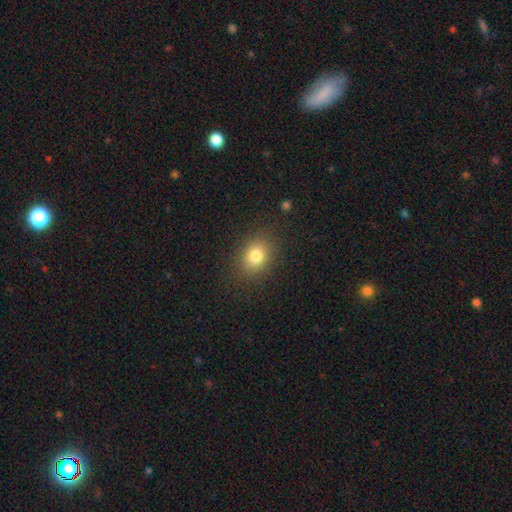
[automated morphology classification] This appears to be a smooth galaxy with no disk features (80%) that is in between round and cigar-shaped (50%). Merging: none (86%).